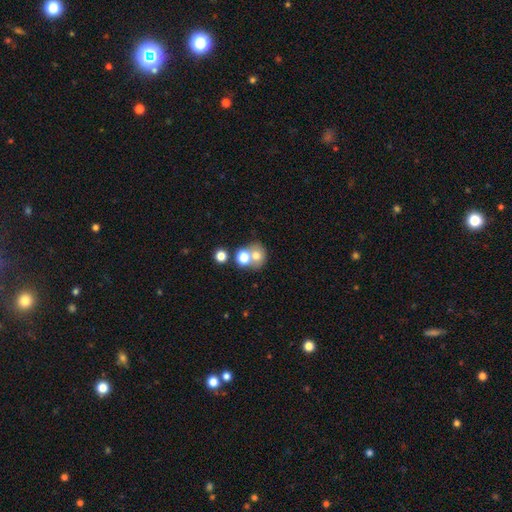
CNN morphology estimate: A smooth galaxy with no disk features (69%) that is round (75%). Merging: merger (48%).